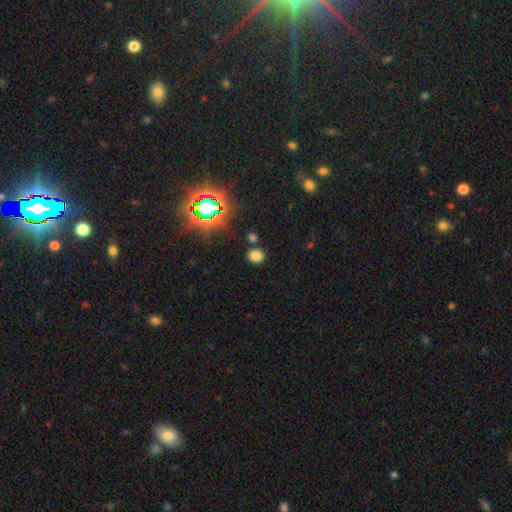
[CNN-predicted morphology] Smooth or featured?
  - smooth: 73% *
  - star or artifact: 21%
  - featured or disk: 6%
How rounded?
  - round: 80% *
  - in between: 19%
  - cigar-shaped: 1%
Merging?
  - none: 81% *
  - merger: 8%
  - minor disturbance: 8%
  - major disturbance: 3%